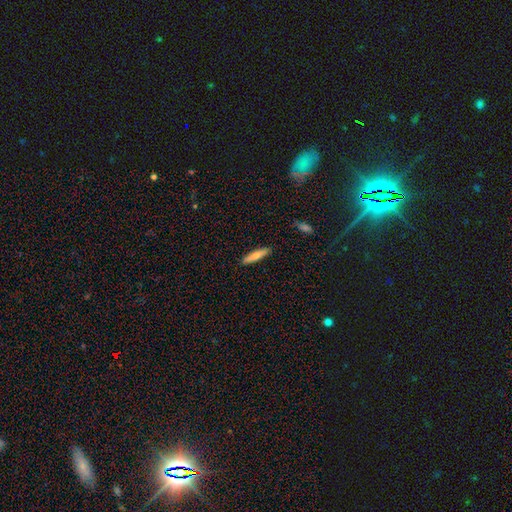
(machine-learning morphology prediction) A smooth galaxy with no disk features (68%) that is cigar-shaped (84%). Merging: none (89%).